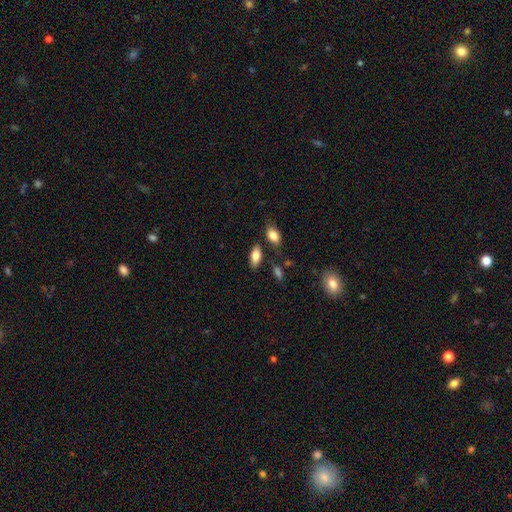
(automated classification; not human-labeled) Smooth or featured?
  - smooth: 80% *
  - featured or disk: 13%
  - star or artifact: 7%
How rounded?
  - in between: 86% *
  - cigar-shaped: 11%
  - round: 3%
Merging?
  - none: 78% *
  - minor disturbance: 12%
  - merger: 7%
  - major disturbance: 3%